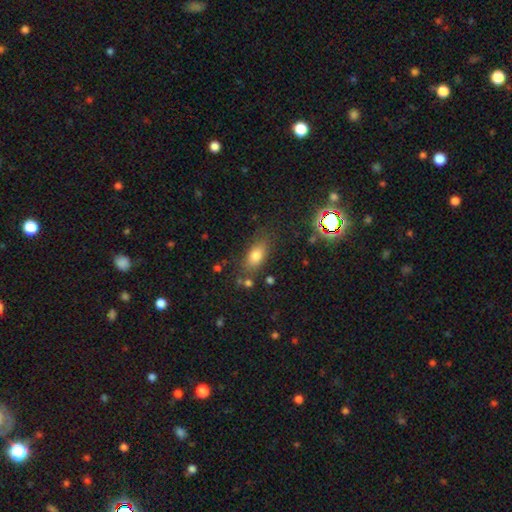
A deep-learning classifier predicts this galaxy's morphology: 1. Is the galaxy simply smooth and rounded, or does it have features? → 77% smooth, 12% featured or disk, 12% star or artifact.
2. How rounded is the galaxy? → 83% in between, 10% cigar-shaped, 8% round.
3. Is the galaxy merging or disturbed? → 74% none, 16% minor disturbance, 5% major disturbance, 5% merger.